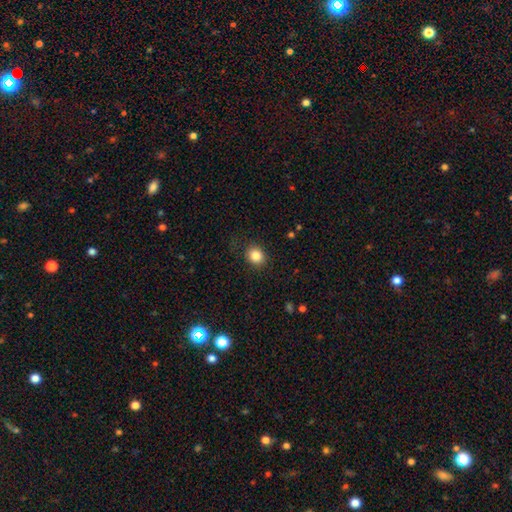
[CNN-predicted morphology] Smooth or featured? smooth (84%)
How rounded? round (67%)
Merging? none (85%)